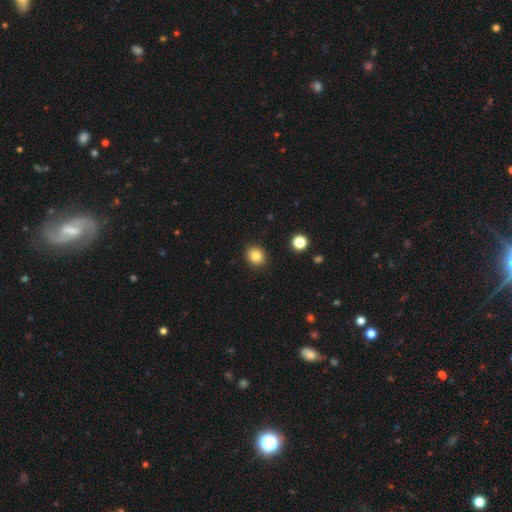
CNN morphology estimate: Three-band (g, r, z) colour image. It shows a smooth galaxy with no disk features (84%) that is round (73%). Merging: none (90%).